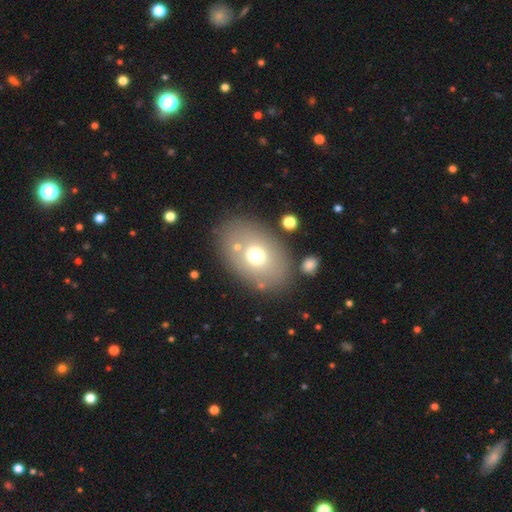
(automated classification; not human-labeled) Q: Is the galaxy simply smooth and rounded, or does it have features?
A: smooth — 66%.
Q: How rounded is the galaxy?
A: in between — 77%.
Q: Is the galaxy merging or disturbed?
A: none — 77%.